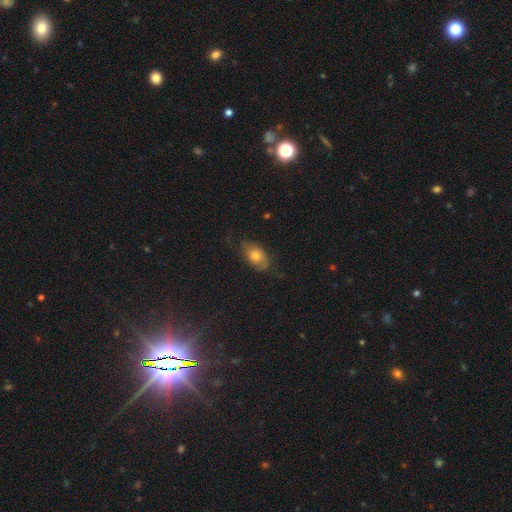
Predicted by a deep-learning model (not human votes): smooth_or_featured: smooth (p=0.66) [alt: featured or disk p=0.26]
how_rounded: in between (p=0.87) [alt: round p=0.09]
merging: none (p=0.62) [alt: minor disturbance p=0.26]